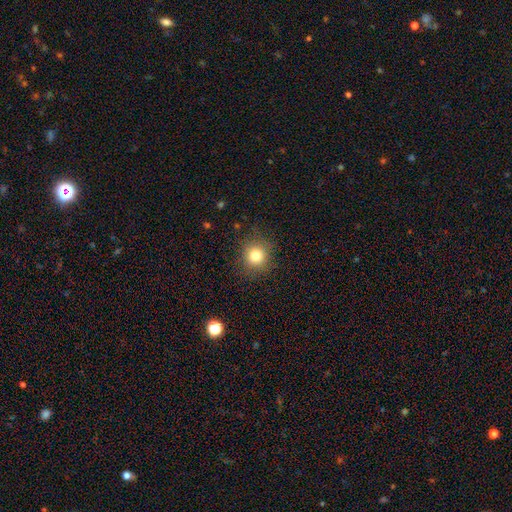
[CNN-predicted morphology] smooth_or_featured: smooth (p=0.81) [alt: star or artifact p=0.12]
how_rounded: round (p=0.89) [alt: in between p=0.11]
merging: none (p=0.86) [alt: minor disturbance p=0.09]